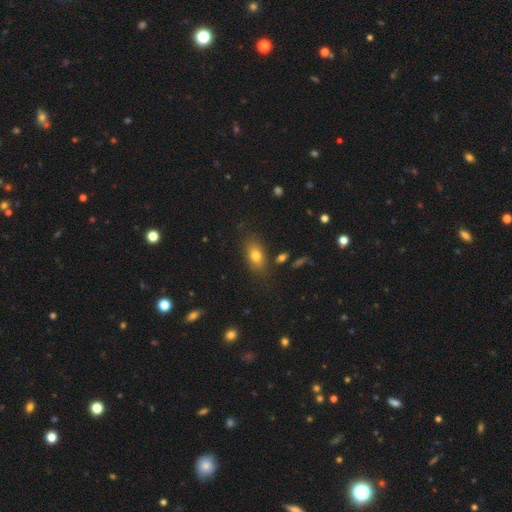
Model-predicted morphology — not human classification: Overall: smooth (77%). How rounded: in between (82%). Merging: none (79%).